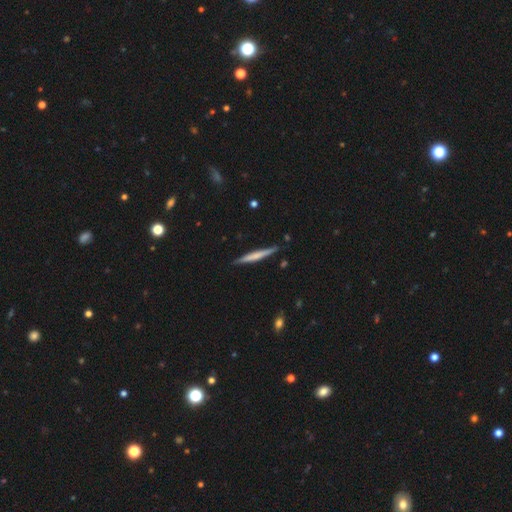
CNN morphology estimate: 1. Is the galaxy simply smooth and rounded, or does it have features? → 50% smooth, 45% featured or disk, 5% star or artifact.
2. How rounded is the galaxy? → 96% cigar-shaped, 2% in between, 1% round.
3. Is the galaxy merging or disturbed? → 88% none, 9% minor disturbance, 2% merger, 1% major disturbance.